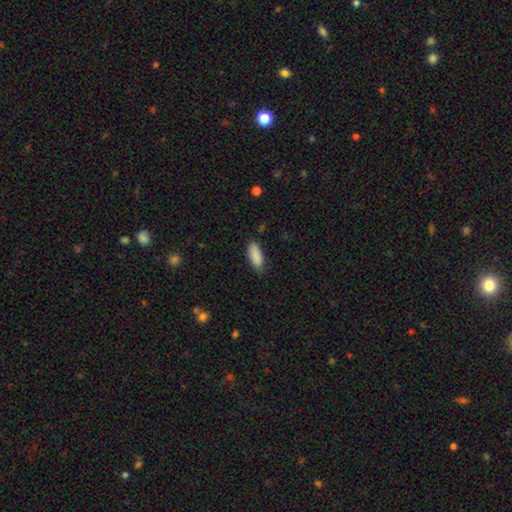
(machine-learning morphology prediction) Smooth or featured: smooth — 89% (star or artifact — 7%)
How rounded: in between — 75% (cigar-shaped — 23%)
Merging: none — 78% (minor disturbance — 18%)